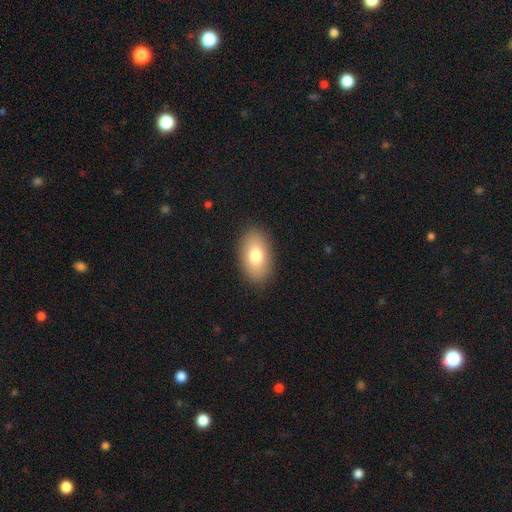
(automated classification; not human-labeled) Smooth or featured? smooth (77%)
How rounded? in between (92%)
Merging? none (87%)